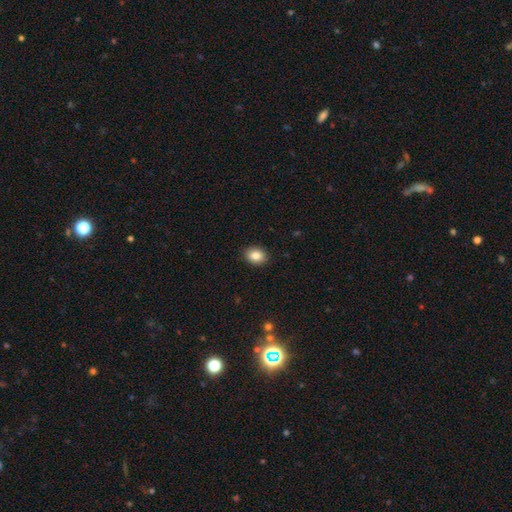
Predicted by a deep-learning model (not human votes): This is clearly a smooth galaxy (85%). How rounded: likely in between (61%). Merging: clearly none (91%).